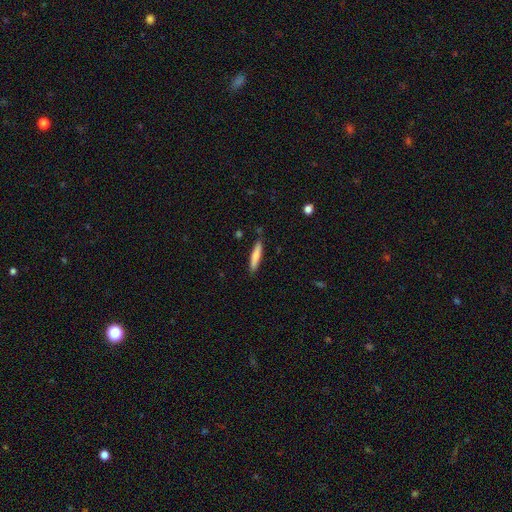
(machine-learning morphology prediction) Smooth or featured? smooth (74%)
How rounded? cigar-shaped (88%)
Merging? none (84%)